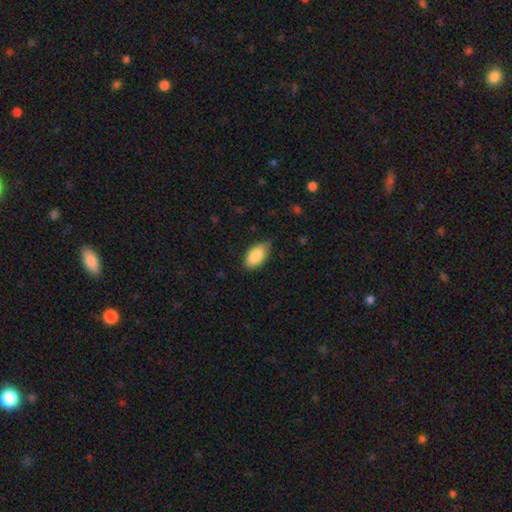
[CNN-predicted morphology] This appears to be a smooth galaxy with no disk features (87%) that is in between round and cigar-shaped (94%). Merging: none (74%).